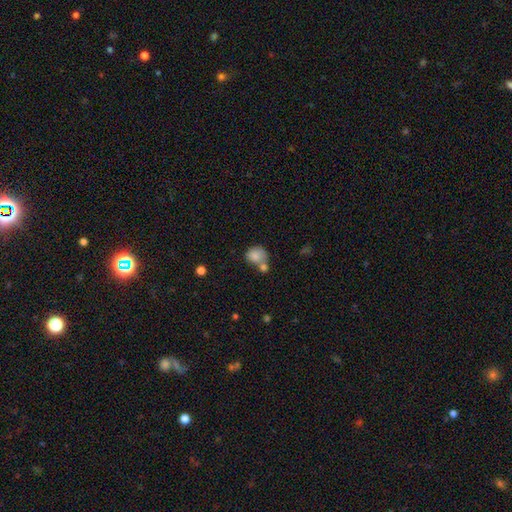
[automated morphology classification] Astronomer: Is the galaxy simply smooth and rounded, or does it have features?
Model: smooth — 80%.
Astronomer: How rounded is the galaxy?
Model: round — 60% (runner-up: in between, 39%).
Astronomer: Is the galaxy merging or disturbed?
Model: merger — 44% (runner-up: none, 34%).